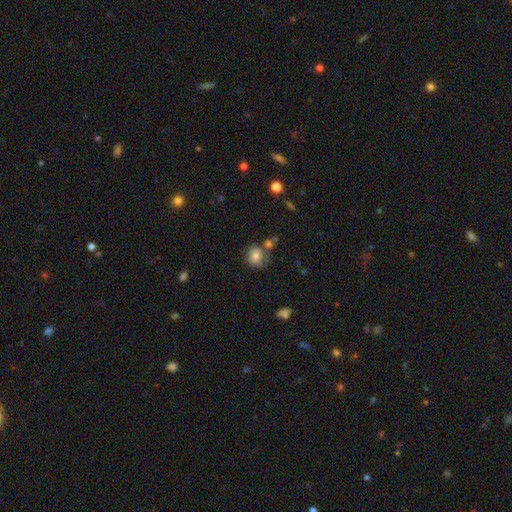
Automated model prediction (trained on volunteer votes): Smooth or featured? Predicted: smooth (p=0.75). How rounded? Predicted: round (p=0.71). Merging? Predicted: none (p=0.59).